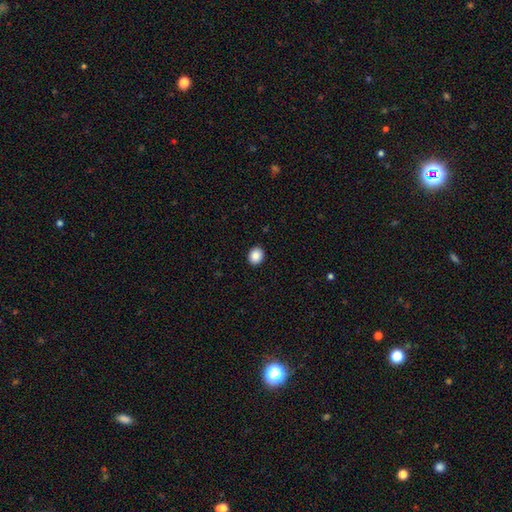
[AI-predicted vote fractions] smooth_or_featured: smooth (p=0.88) [alt: star or artifact p=0.09]
how_rounded: round (p=0.57) [alt: in between p=0.42]
merging: none (p=0.92) [alt: minor disturbance p=0.06]